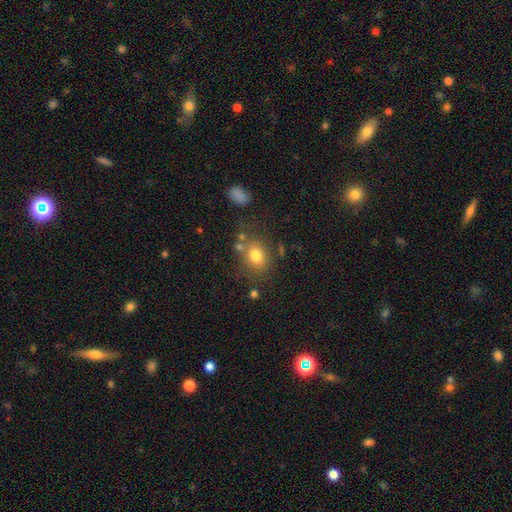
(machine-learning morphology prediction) Overall: smooth (78%). How rounded: in between (51%; round 48%). Merging: none (68%).